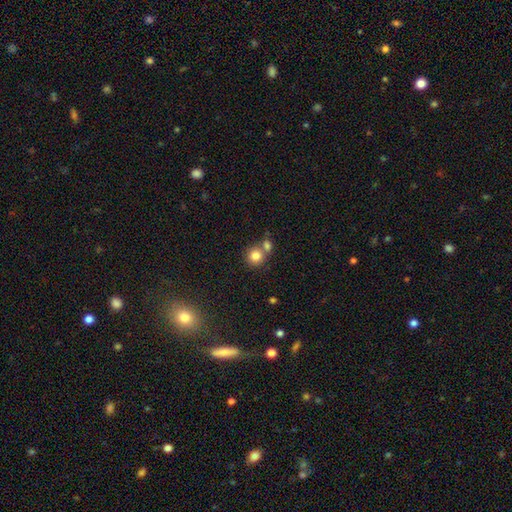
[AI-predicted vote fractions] Overall: smooth (81%). How rounded: round (89%). Merging: none (54%; merger 36%).